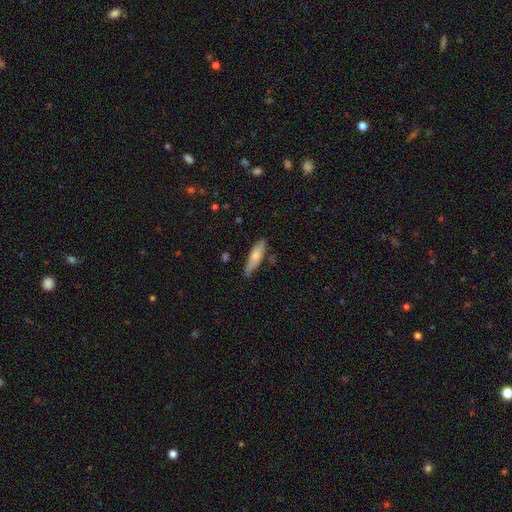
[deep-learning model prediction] smooth-or-featured: smooth: 68% | featured or disk: 27% | star or artifact: 6%
  how-rounded: cigar-shaped: 63% | in between: 35% | round: 2%
  merging: none: 72% | minor disturbance: 22% | major disturbance: 4% | merger: 3%